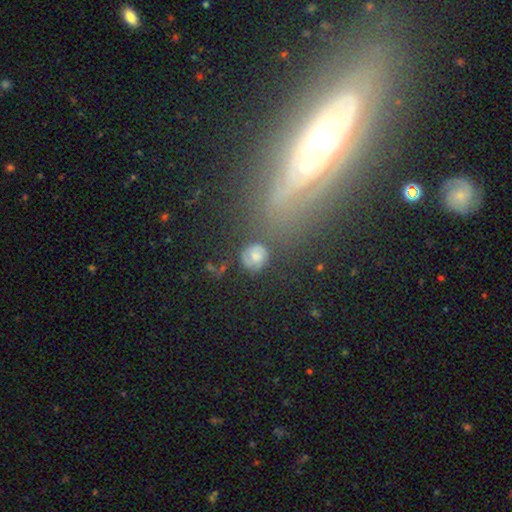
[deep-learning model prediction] smooth-or-featured: smooth: 51% | featured or disk: 33% | star or artifact: 16%
  how-rounded: round: 81% | in between: 18% | cigar-shaped: 1%
  merging: none: 67% | minor disturbance: 18% | major disturbance: 11% | merger: 5%